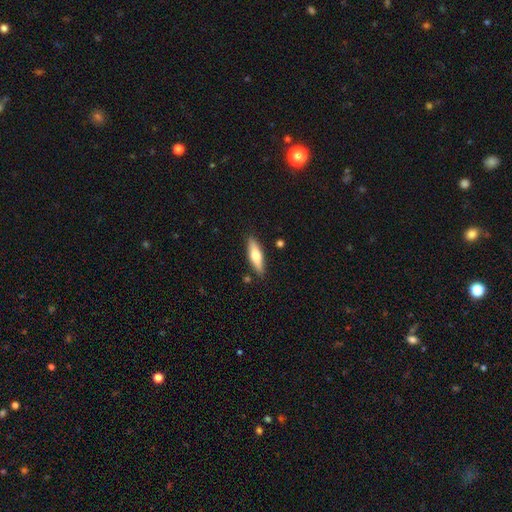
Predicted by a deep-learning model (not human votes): Smooth or featured? smooth (54%)
How rounded? cigar-shaped (57%)
Merging? none (86%)